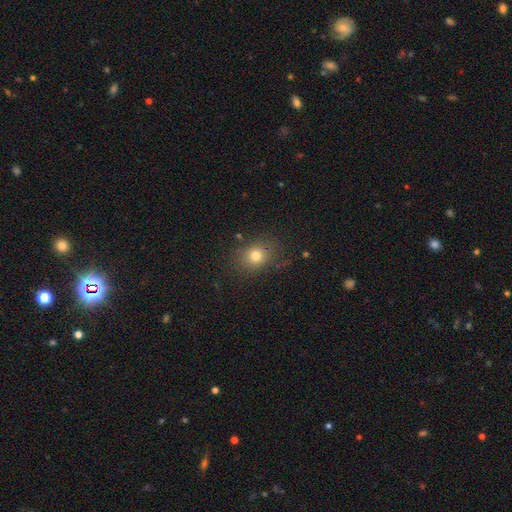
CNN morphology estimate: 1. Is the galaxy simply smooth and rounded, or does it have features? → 77% smooth, 14% star or artifact, 9% featured or disk.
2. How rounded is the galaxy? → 56% round, 43% in between, 1% cigar-shaped.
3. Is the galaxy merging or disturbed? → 79% none, 14% minor disturbance, 5% major disturbance, 2% merger.